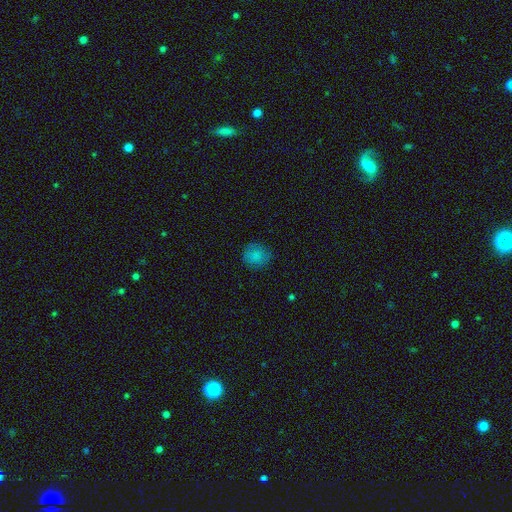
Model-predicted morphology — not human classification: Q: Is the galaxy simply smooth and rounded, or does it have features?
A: smooth — 83%.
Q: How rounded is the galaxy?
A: round — 89%.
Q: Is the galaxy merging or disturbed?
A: none — 84%.